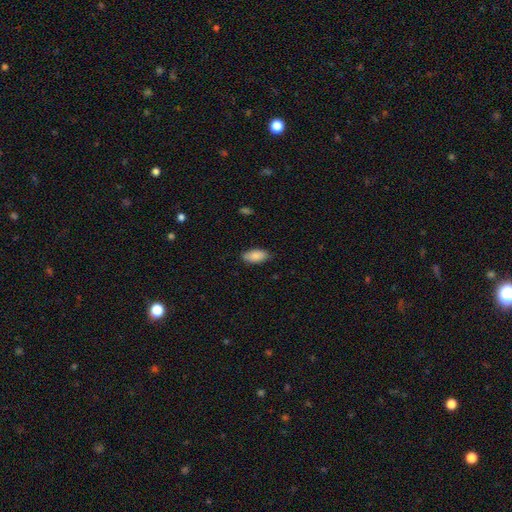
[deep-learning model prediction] smooth 87%, featured or disk 6%, star or artifact 6%. Down the decision tree: how rounded — in between (92%); merging — none (85%).